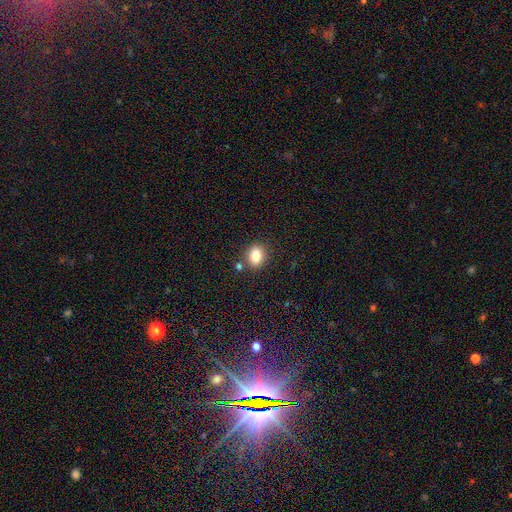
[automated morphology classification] Smooth or featured?
  - smooth: 85% *
  - star or artifact: 10%
  - featured or disk: 6%
How rounded?
  - in between: 56% *
  - round: 43%
  - cigar-shaped: 1%
Merging?
  - none: 78% *
  - minor disturbance: 11%
  - merger: 8%
  - major disturbance: 3%